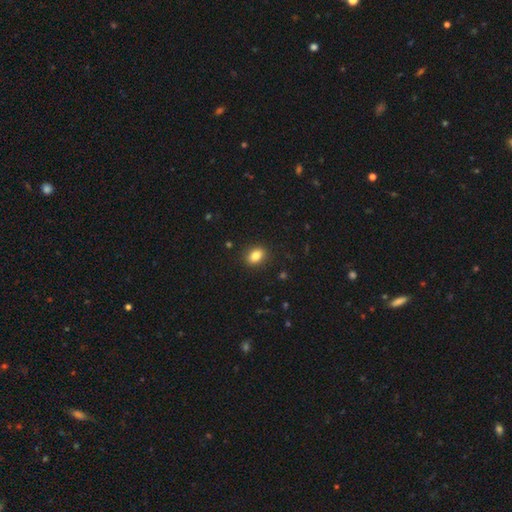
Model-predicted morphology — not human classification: smooth_or_featured: smooth (p=0.85) [alt: star or artifact p=0.09]
how_rounded: in between (p=0.71) [alt: round p=0.27]
merging: none (p=0.89) [alt: minor disturbance p=0.08]